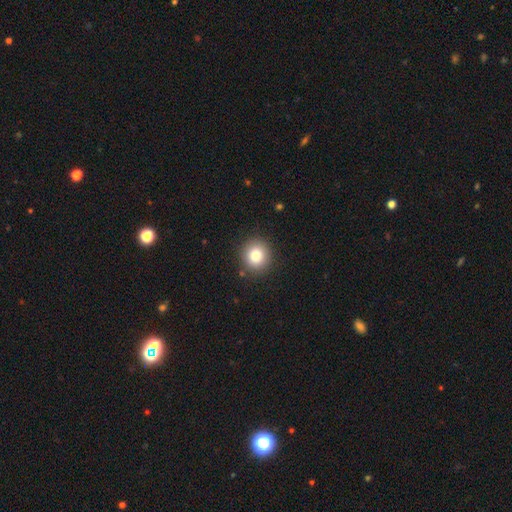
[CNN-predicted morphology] The model was most divided on "smooth or featured": smooth: 83%, star or artifact: 10%, featured or disk: 7%. More confident: merging — none (89%); how rounded — round (87%).